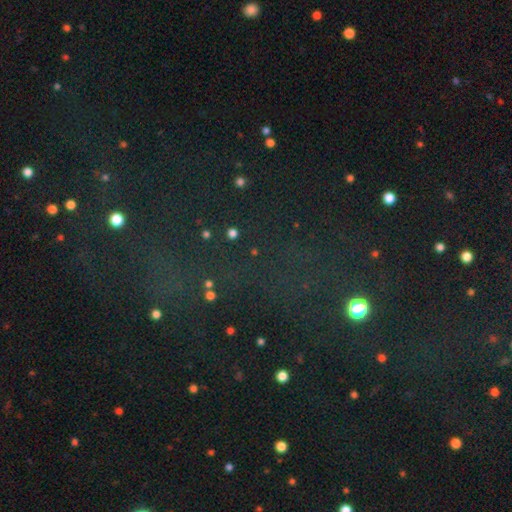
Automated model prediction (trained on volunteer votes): Overall: star or artifact (70%).